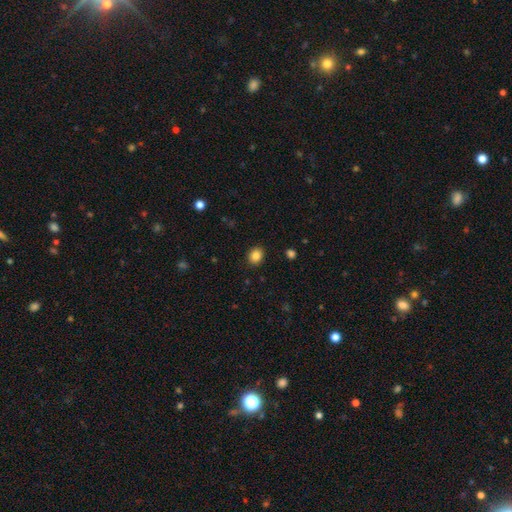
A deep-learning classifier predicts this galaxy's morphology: Q: Smooth or featured?
A: smooth (86%); runner-up: star or artifact (10%)
Q: How rounded?
A: round (57%); runner-up: in between (42%)
Q: Merging?
A: none (89%); runner-up: minor disturbance (7%)